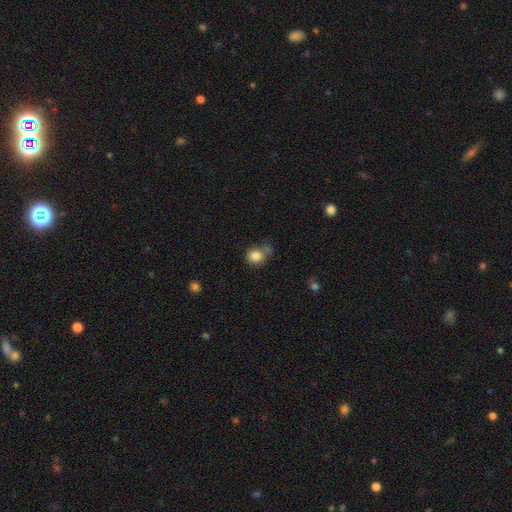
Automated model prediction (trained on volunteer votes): smooth_or_featured: smooth (p=0.82) [alt: star or artifact p=0.10]
how_rounded: round (p=0.76) [alt: in between p=0.23]
merging: none (p=0.56) [alt: minor disturbance p=0.23]